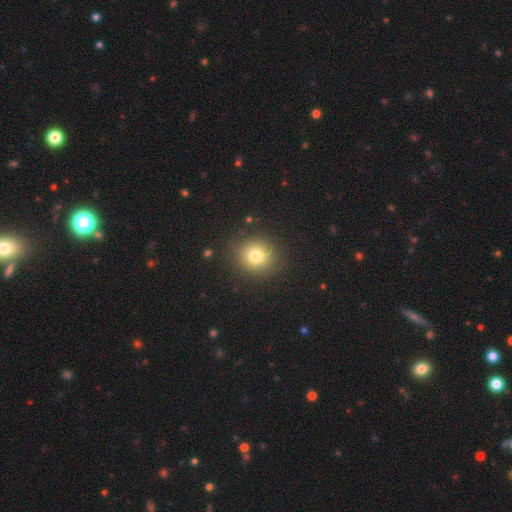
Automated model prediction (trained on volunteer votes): This appears to be a smooth galaxy with no disk features (77%) that is round (87%). Merging: none (87%).